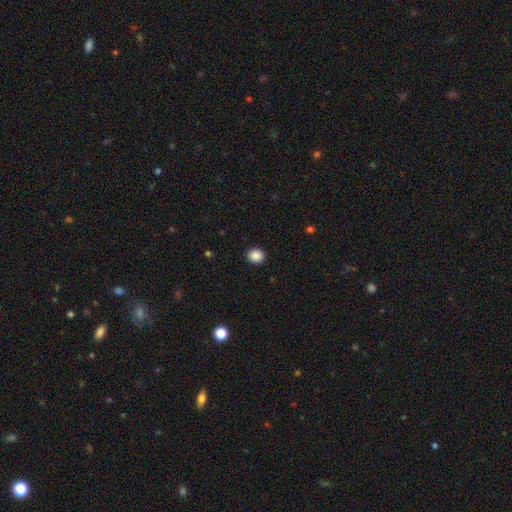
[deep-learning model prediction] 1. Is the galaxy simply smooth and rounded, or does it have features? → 88% smooth, 9% star or artifact, 3% featured or disk.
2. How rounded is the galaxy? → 68% round, 31% in between, 1% cigar-shaped.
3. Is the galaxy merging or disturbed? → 91% none, 6% minor disturbance, 2% major disturbance, 1% merger.